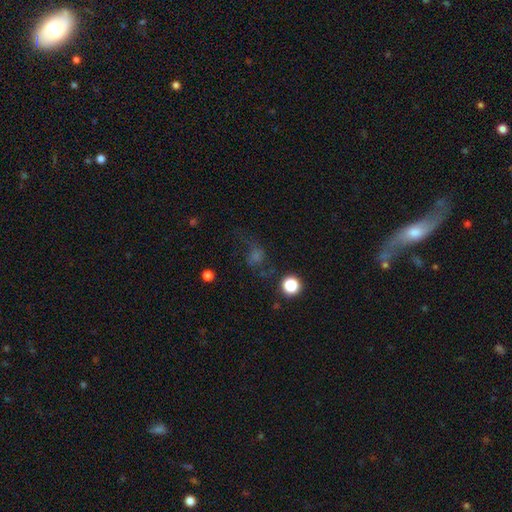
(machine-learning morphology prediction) Overall: smooth (38%; star or artifact 31%). Merging: none (49%; major disturbance 27%).